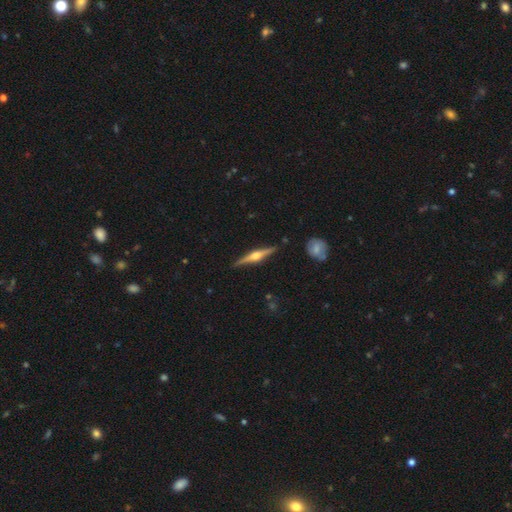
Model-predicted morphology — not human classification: This is clearly a featured or disk galaxy (80%). It is clearly viewed edge-on (98%). Edge-on bulge: clearly rounded (92%). Merging: clearly none (89%).